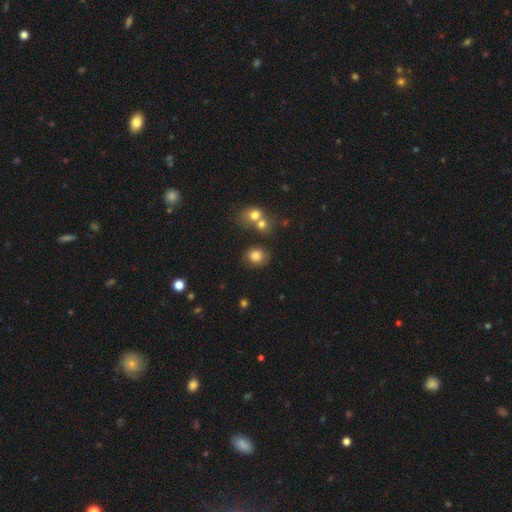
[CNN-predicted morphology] Smooth or featured?
  - smooth: 82% *
  - star or artifact: 11%
  - featured or disk: 7%
How rounded?
  - round: 78% *
  - in between: 21%
  - cigar-shaped: 1%
Merging?
  - none: 71% *
  - minor disturbance: 14%
  - merger: 10%
  - major disturbance: 5%